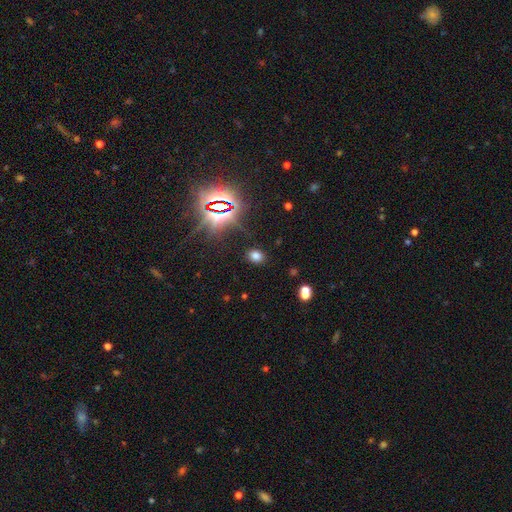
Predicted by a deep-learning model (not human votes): Smooth or featured? Predicted: smooth (p=0.67). How rounded? Predicted: in between (p=0.58). Merging? Predicted: none (p=0.86).